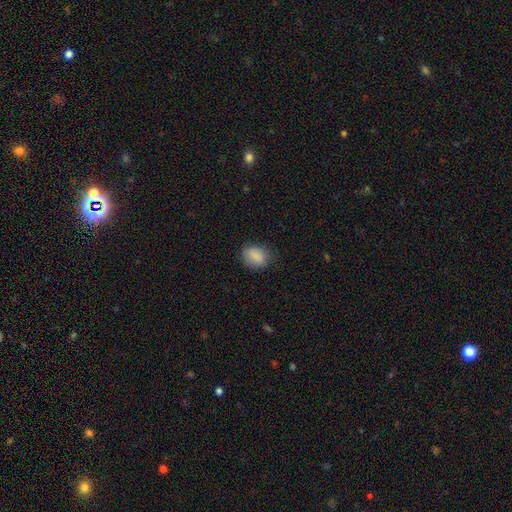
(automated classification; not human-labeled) Smooth or featured: smooth — 85% (star or artifact — 8%)
How rounded: in between — 60% (round — 38%)
Merging: none — 72% (minor disturbance — 21%)